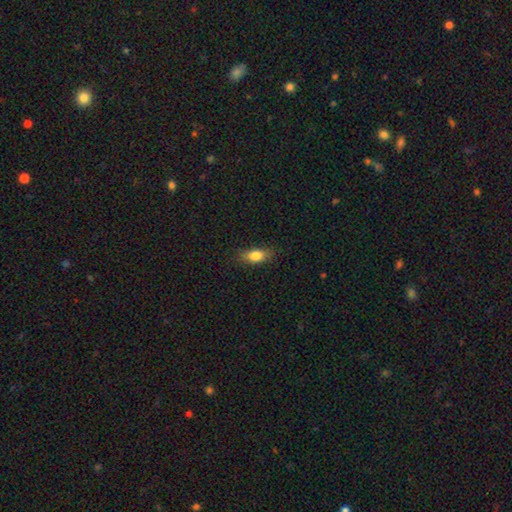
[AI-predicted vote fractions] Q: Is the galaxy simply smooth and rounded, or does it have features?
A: smooth — 79%.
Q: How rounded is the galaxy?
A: in between — 76%.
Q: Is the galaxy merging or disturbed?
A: none — 82%.